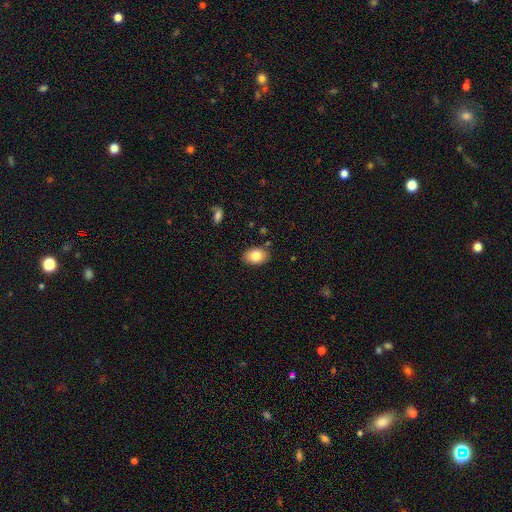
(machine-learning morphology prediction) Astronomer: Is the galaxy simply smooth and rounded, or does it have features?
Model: smooth — 82%.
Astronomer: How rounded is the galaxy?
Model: in between — 82%.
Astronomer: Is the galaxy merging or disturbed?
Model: none — 86%.